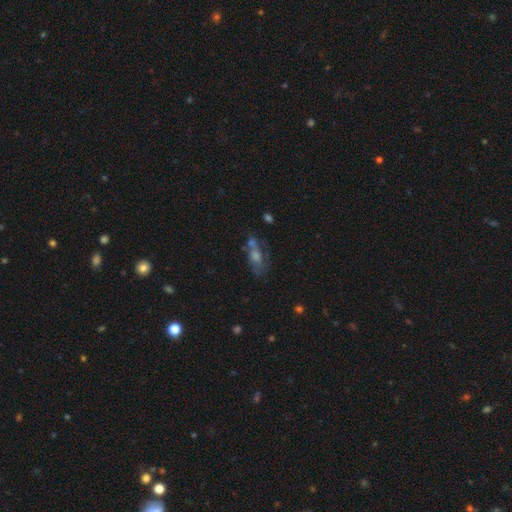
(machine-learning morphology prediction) Smooth or featured? featured or disk (41%)
Merging? none (43%)